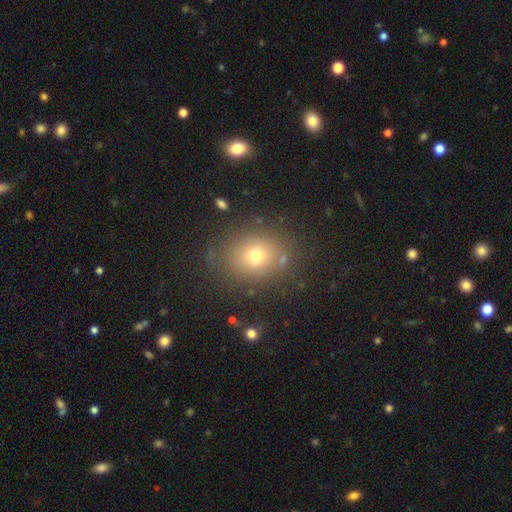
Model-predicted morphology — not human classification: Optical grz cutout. It shows a smooth galaxy with no disk features (69%) that is round (67%). Merging: none (80%).